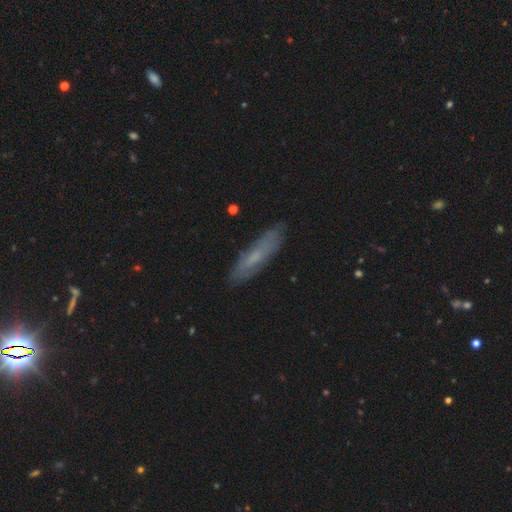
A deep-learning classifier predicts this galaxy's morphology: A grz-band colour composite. It shows a smooth galaxy with no disk features (52%) that is cigar-shaped (73%). Merging: none (85%).